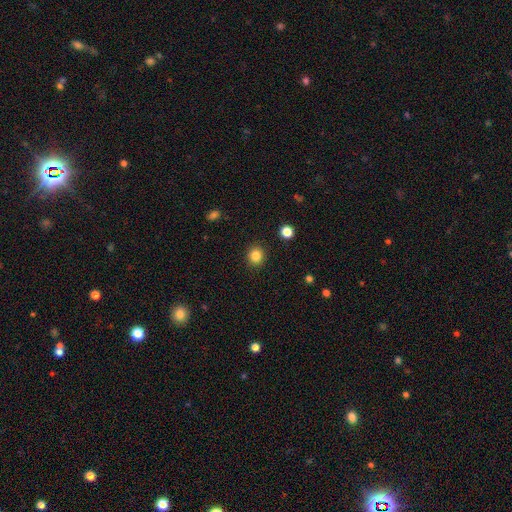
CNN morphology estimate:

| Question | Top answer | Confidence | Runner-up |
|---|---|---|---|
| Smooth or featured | smooth | 84% | star or artifact (11%) |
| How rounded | round | 83% | in between (16%) |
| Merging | none | 91% | minor disturbance (6%) |